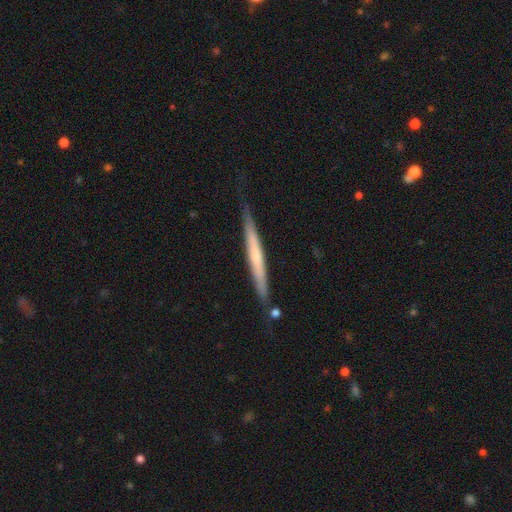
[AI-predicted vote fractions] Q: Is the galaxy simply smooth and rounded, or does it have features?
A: featured or disk — 54%.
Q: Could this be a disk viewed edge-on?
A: yes — 95%.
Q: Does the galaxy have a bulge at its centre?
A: none — 62%.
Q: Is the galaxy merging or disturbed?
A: none — 79%.